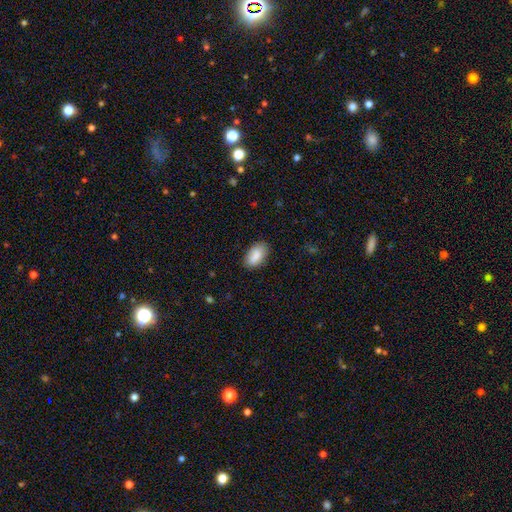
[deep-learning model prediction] smooth_or_featured: smooth (p=0.87) [alt: featured or disk p=0.07]
how_rounded: in between (p=0.94) [alt: round p=0.04]
merging: none (p=0.81) [alt: minor disturbance p=0.15]